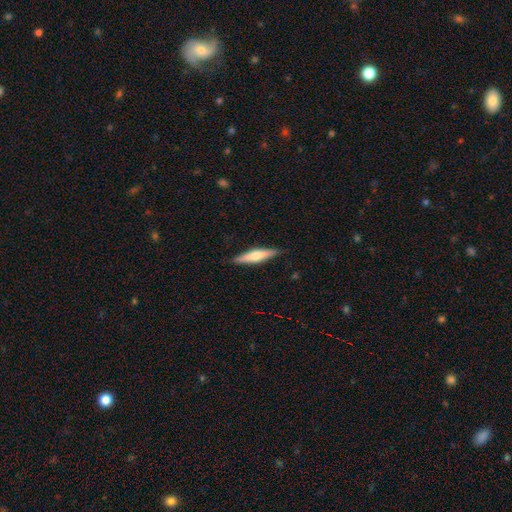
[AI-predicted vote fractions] smooth_or_featured: smooth (p=0.51) [alt: featured or disk p=0.44]
how_rounded: cigar-shaped (p=0.82) [alt: in between p=0.16]
merging: none (p=0.88) [alt: minor disturbance p=0.09]